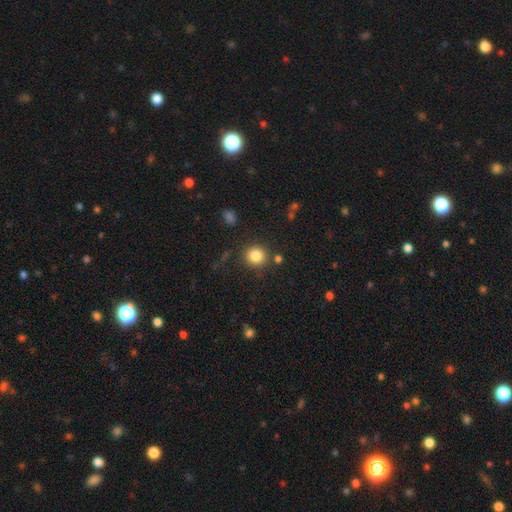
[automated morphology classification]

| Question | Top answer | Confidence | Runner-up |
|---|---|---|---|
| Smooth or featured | smooth | 84% | star or artifact (11%) |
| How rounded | round | 89% | in between (10%) |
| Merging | none | 84% | minor disturbance (8%) |